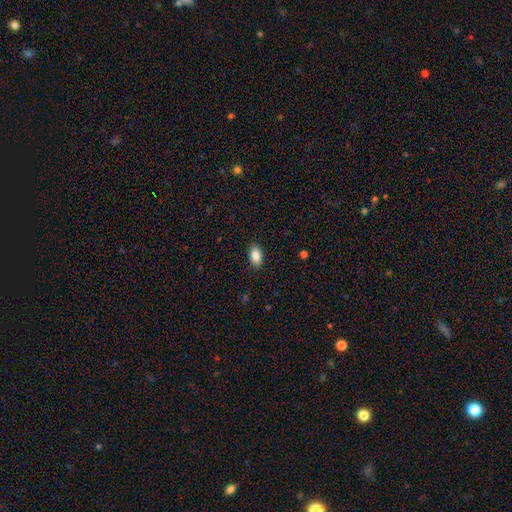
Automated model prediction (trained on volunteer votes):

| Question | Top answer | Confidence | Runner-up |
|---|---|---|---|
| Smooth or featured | smooth | 86% | star or artifact (8%) |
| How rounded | in between | 92% | round (5%) |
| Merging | none | 88% | minor disturbance (9%) |